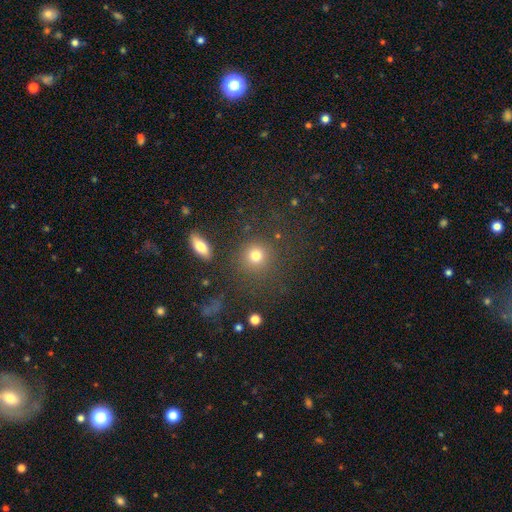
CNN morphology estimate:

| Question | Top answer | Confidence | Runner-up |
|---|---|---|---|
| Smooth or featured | smooth | 77% | star or artifact (14%) |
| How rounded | round | 88% | in between (11%) |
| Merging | none | 79% | minor disturbance (9%) |